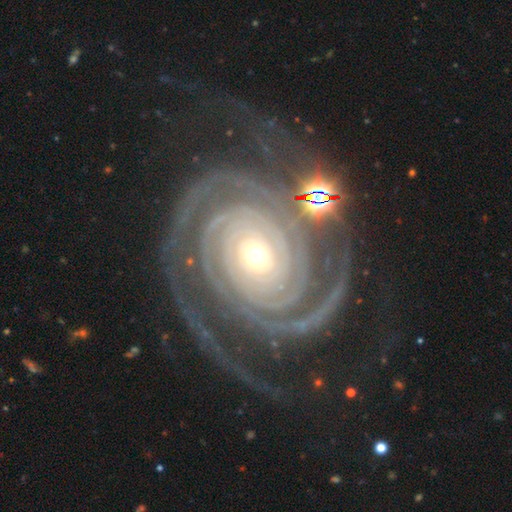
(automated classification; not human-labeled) smooth_or_featured: featured or disk (p=0.93) [alt: star or artifact p=0.04]
disk_edge_on: no (p=0.98) [alt: yes p=0.02]
bar: no (p=0.76) [alt: weak p=0.14]
has_spiral_arms: yes (p=0.99) [alt: no p=0.01]
spiral_winding: tight (p=0.83) [alt: medium p=0.13]
spiral_arm_count: 2 (p=0.51) [alt: 3 p=0.13]
bulge_size: small (p=0.55) [alt: moderate p=0.40]
merging: none (p=0.66) [alt: major disturbance p=0.14]